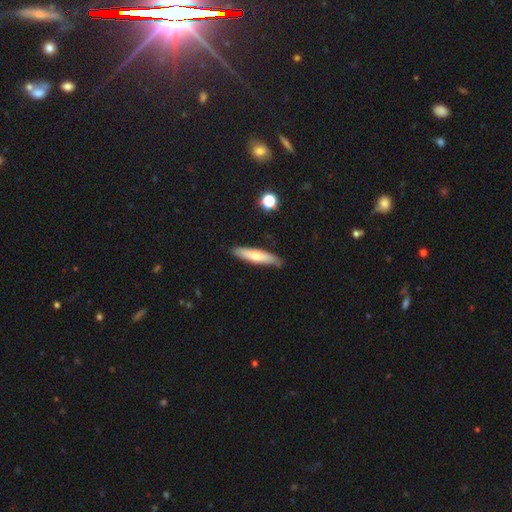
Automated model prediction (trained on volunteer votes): smooth_or_featured: smooth (p=0.64) [alt: featured or disk p=0.30]
how_rounded: cigar-shaped (p=0.81) [alt: in between p=0.18]
merging: none (p=0.82) [alt: minor disturbance p=0.14]